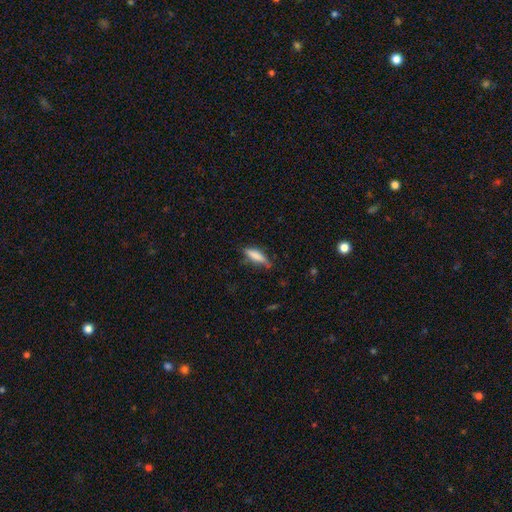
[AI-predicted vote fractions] This is likely a smooth galaxy (75%). How rounded: likely cigar-shaped (65%). Merging: likely none (64%).